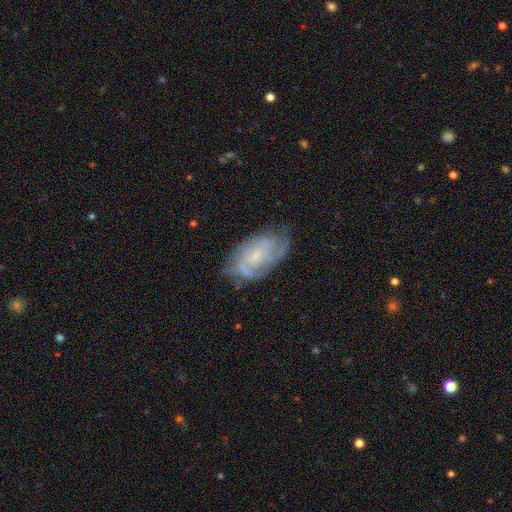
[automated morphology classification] A featured or disk galaxy (74%) with no bar (64%), tight (50%) spiral arms (91%) and a small central bulge (64%).

Vote fractions:
- Smooth or featured? featured or disk: 74% / smooth: 18% / star or artifact: 8%
- Edge-on disk? no: 95% / yes: 5%
- Bar? no: 64% / weak: 32% / strong: 5%
- Spiral arms? yes: 91% / no: 9%
- Spiral winding? tight: 50% / medium: 38% / loose: 12%
- Spiral arm count? can't tell: 38% / 2: 23% / 3: 20% / 4: 10% / 1: 5% / more than 4: 5%
- Bulge size? small: 64% / moderate: 23% / none: 11% / large: 2% / dominant: 1%
- Merging? none: 70% / minor disturbance: 21% / major disturbance: 8% / merger: 2%